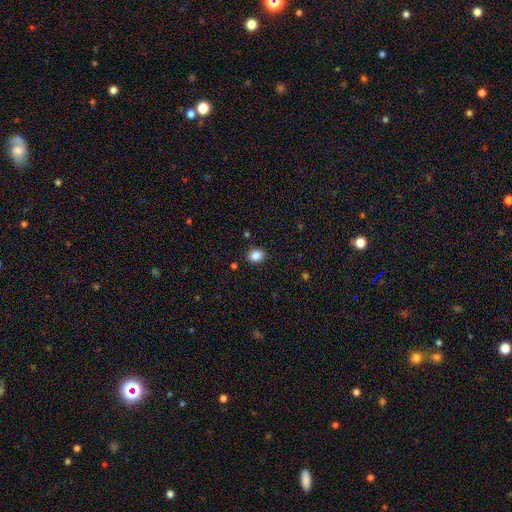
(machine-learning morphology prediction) This appears to be a smooth galaxy with no disk features (86%) that is round (55%). Merging: none (86%).